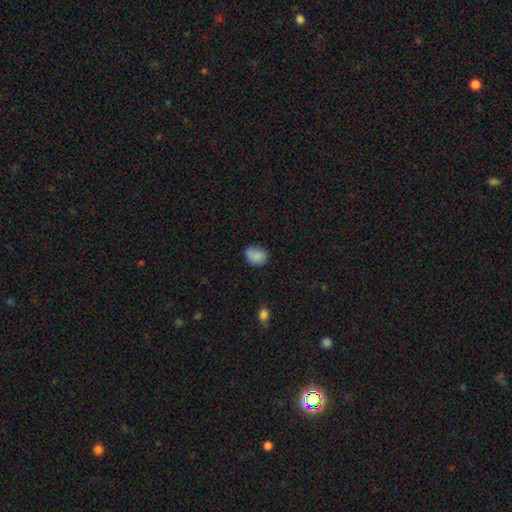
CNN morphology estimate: Smooth or featured: smooth — 81% (featured or disk — 10%)
How rounded: round — 50% (in between — 49%)
Merging: none — 67% (minor disturbance — 24%)